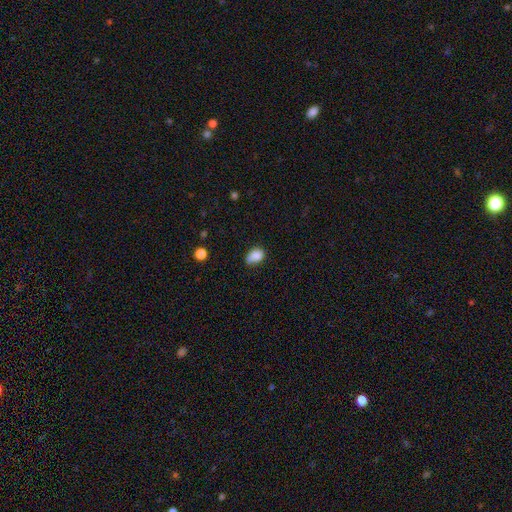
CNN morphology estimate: smooth 83%, star or artifact 9%, featured or disk 8%. Down the decision tree: how rounded — in between (77%); merging — none (48%).